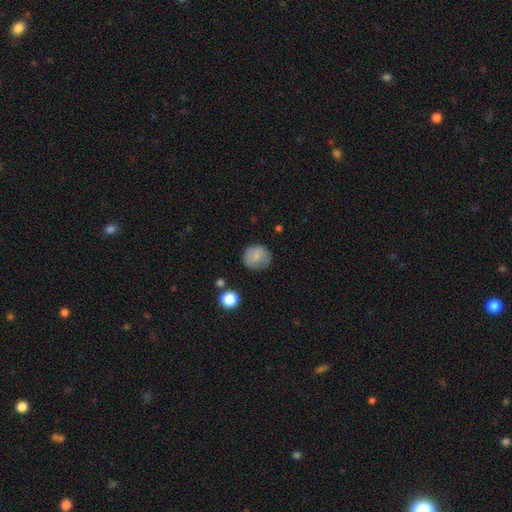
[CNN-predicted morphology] A smooth galaxy with no disk features (77%) that is round (88%).

Vote fractions:
- Smooth or featured? smooth: 77% / featured or disk: 14% / star or artifact: 9%
- How rounded? round: 88% / in between: 12% / cigar-shaped: 1%
- Merging? none: 77% / minor disturbance: 17% / major disturbance: 5% / merger: 2%